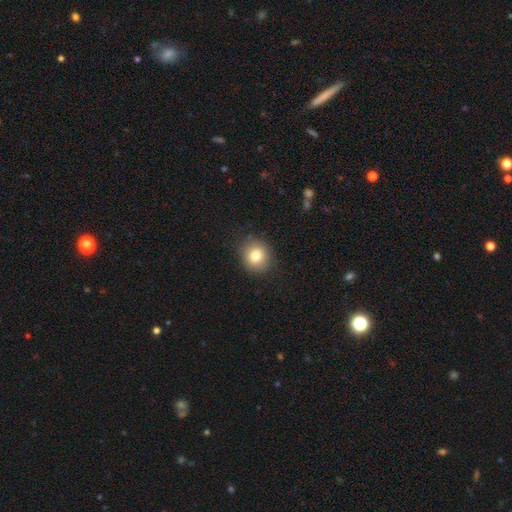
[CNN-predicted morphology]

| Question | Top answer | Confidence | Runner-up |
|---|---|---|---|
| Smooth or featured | smooth | 79% | star or artifact (10%) |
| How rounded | round | 83% | in between (16%) |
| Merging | none | 87% | minor disturbance (9%) |